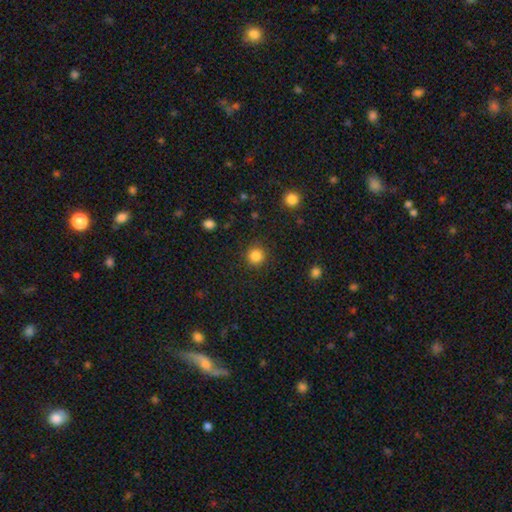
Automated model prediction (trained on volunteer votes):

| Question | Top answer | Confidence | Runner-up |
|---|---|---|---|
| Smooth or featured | smooth | 85% | star or artifact (11%) |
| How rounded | round | 93% | in between (6%) |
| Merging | none | 89% | minor disturbance (7%) |